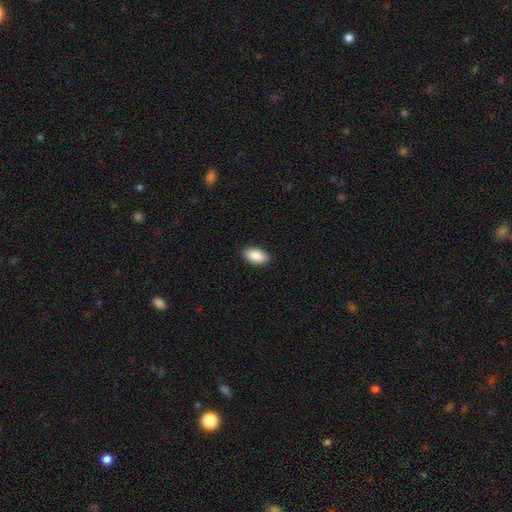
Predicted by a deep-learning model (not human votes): Morphology: type=smooth (90%); roundness=in between (94%); merging=none (90%).